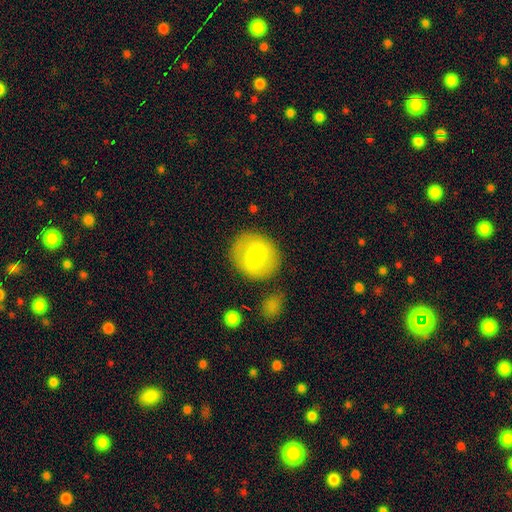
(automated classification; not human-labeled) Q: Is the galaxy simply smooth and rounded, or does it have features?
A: smooth — 60%.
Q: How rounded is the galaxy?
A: round — 80%.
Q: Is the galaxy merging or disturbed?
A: none — 82%.